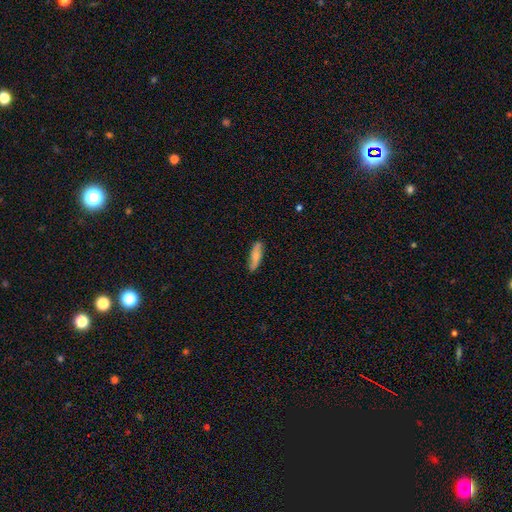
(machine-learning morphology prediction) This is likely a smooth galaxy (74%). How rounded: possibly cigar-shaped (60%). Merging: clearly none (81%).